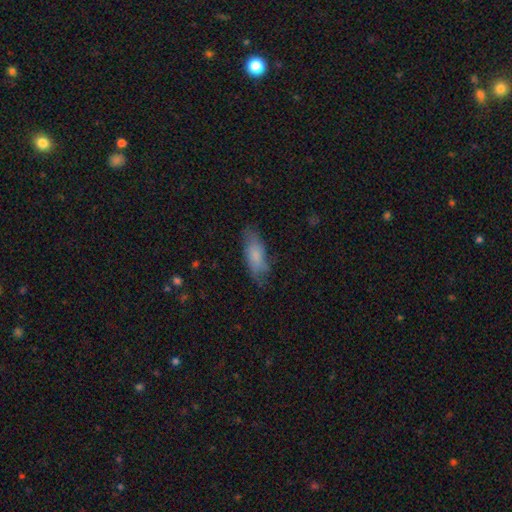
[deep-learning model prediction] Smooth or featured? smooth (73%)
How rounded? in between (68%)
Merging? none (66%)